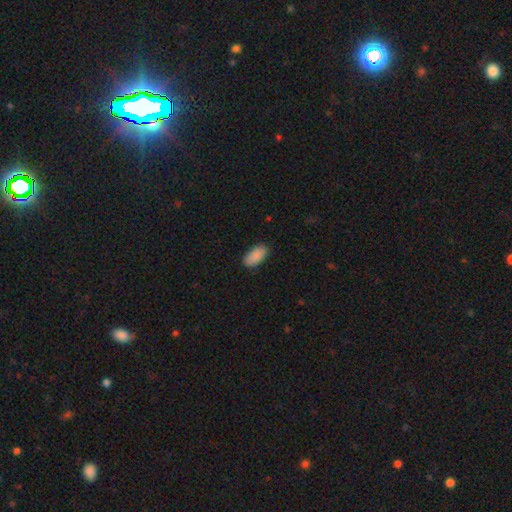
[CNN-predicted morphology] A smooth galaxy with no disk features (90%) that is in between round and cigar-shaped (94%).

Vote fractions:
- Smooth or featured? smooth: 90% / star or artifact: 6% / featured or disk: 4%
- How rounded? in between: 94% / cigar-shaped: 3% / round: 2%
- Merging? none: 84% / minor disturbance: 12% / major disturbance: 2% / merger: 1%